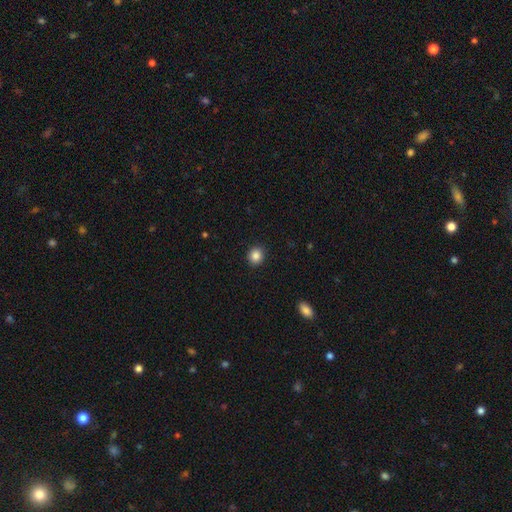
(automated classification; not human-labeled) A smooth galaxy with no disk features (86%) that is round (80%).

Vote fractions:
- Smooth or featured? smooth: 86% / star or artifact: 10% / featured or disk: 4%
- How rounded? round: 80% / in between: 19% / cigar-shaped: 1%
- Merging? none: 92% / minor disturbance: 6% / major disturbance: 2% / merger: 1%